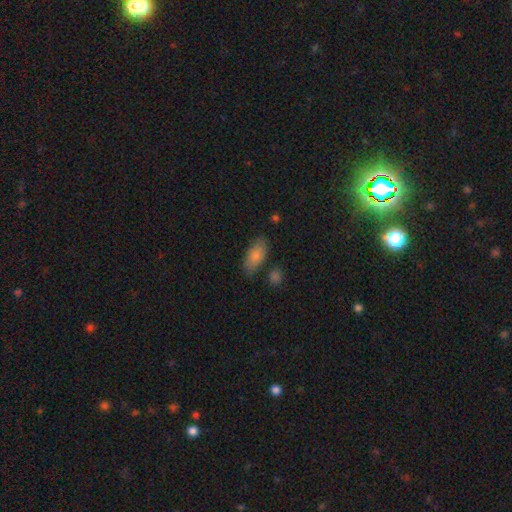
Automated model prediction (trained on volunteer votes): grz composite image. It shows a smooth galaxy with no disk features (83%) that is in between round and cigar-shaped (90%). Merging: none (73%).